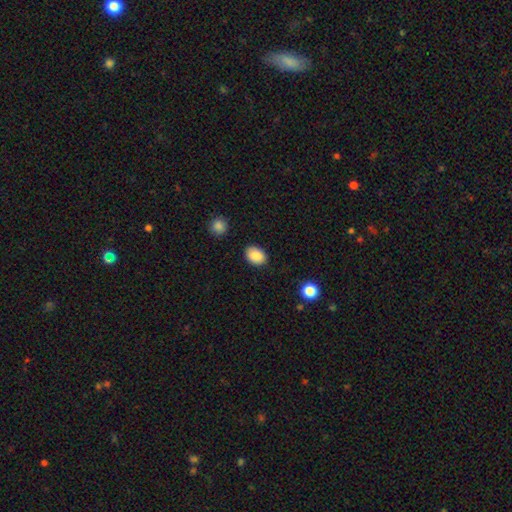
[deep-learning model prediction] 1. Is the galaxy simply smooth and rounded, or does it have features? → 89% smooth, 8% star or artifact, 4% featured or disk.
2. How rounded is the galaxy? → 75% in between, 24% round, 1% cigar-shaped.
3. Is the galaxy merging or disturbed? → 87% none, 9% minor disturbance, 2% major disturbance, 2% merger.